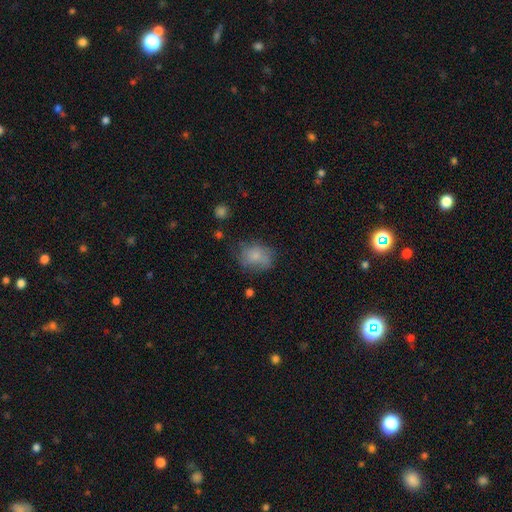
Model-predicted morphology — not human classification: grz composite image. It shows a smooth galaxy with no disk features (73%) that is in between round and cigar-shaped (57%). Merging: none (56%).